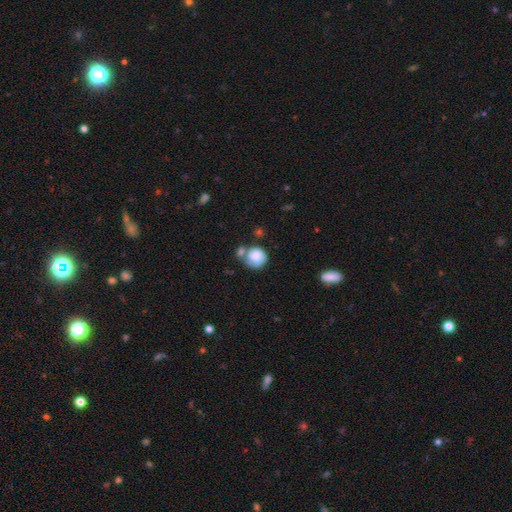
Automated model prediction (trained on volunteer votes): smooth_or_featured: smooth (p=0.67) [alt: featured or disk p=0.26]
how_rounded: round (p=0.82) [alt: in between p=0.17]
merging: none (p=0.39) [alt: merger p=0.28]